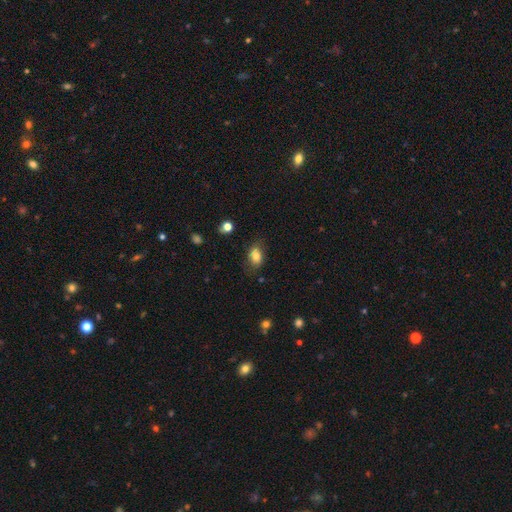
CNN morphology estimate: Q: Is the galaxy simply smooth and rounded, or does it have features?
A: smooth — 80%.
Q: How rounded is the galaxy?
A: in between — 81%.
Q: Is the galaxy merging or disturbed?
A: none — 71%.